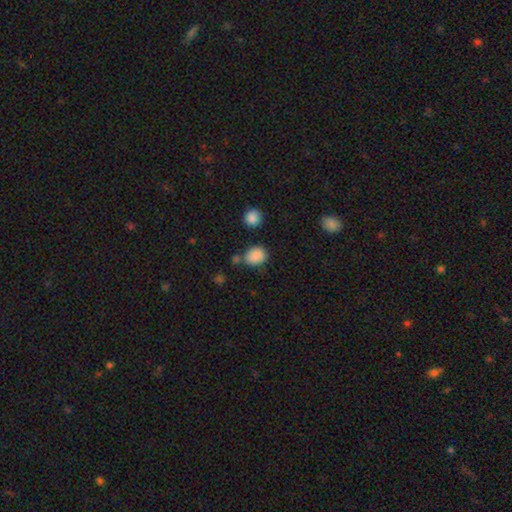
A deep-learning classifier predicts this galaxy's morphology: A smooth galaxy with no disk features (87%) that is round (52%).

Vote fractions:
- Smooth or featured? smooth: 87% / star or artifact: 10% / featured or disk: 4%
- How rounded? round: 52% / in between: 47% / cigar-shaped: 1%
- Merging? none: 69% / minor disturbance: 16% / merger: 10% / major disturbance: 5%